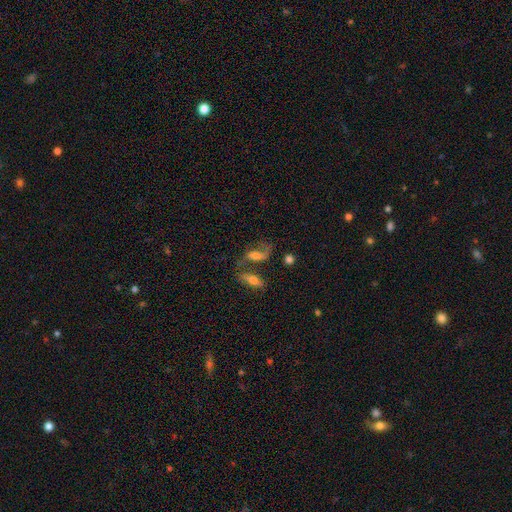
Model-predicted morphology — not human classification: smooth-or-featured: featured or disk: 44% (tied) | smooth: 44% (tied) | star or artifact: 12%
  merging: none: 39% | merger: 26% | major disturbance: 18% | minor disturbance: 17%